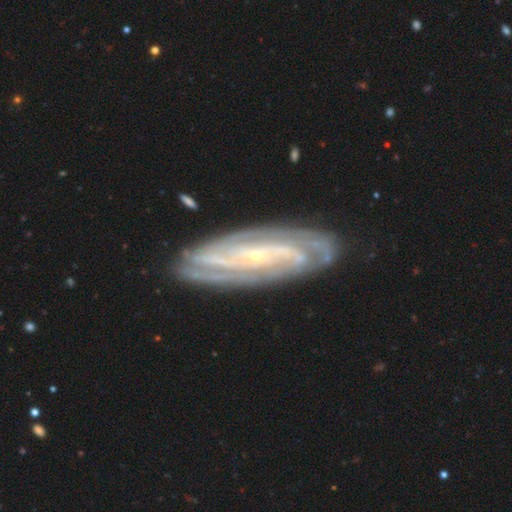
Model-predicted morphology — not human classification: A featured or disk galaxy (88%) with no bar (51%), 2 (26%) tight (65%) spiral arms (97%) and a small central bulge (83%). Merging: none (82%).